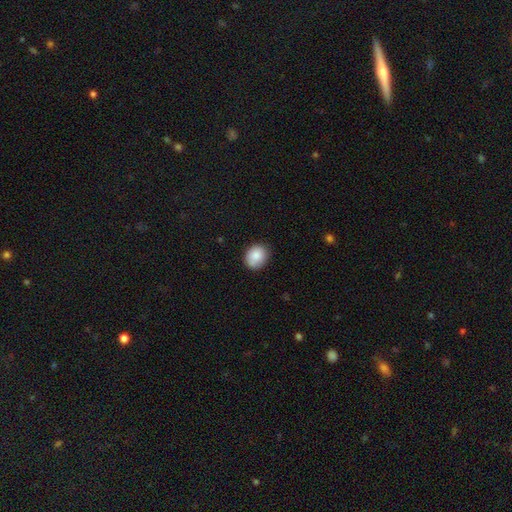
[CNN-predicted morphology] A smooth galaxy with no disk features (87%) that is round (53%). Merging: none (82%).